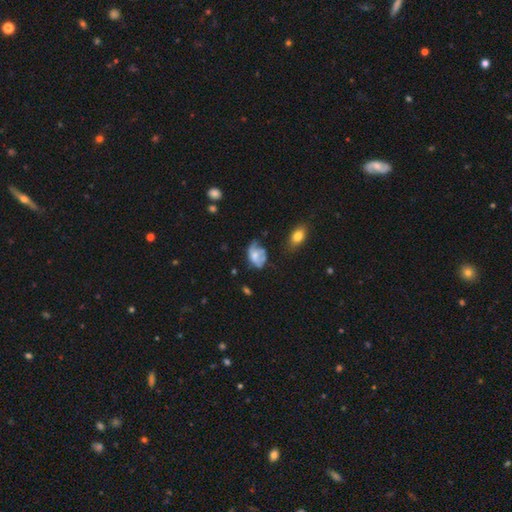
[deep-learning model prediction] This is possibly a smooth galaxy (51%). How rounded: clearly in between (83%). Merging: marginally minor disturbance (36%).